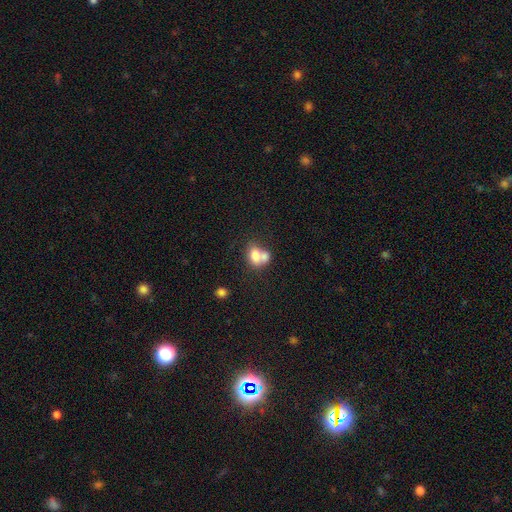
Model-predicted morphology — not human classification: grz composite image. It shows a smooth galaxy with no disk features (73%) that is in between round and cigar-shaped (69%). Merging: merger (63%).